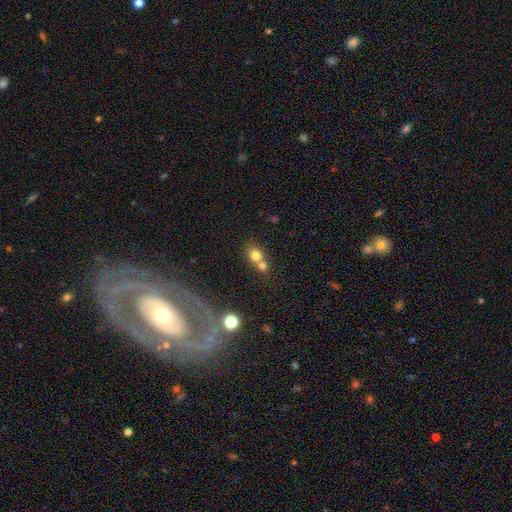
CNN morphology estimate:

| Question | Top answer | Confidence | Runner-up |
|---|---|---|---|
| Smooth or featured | smooth | 75% | featured or disk (13%) |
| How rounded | round | 61% | in between (38%) |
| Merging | merger | 51% | none (38%) |